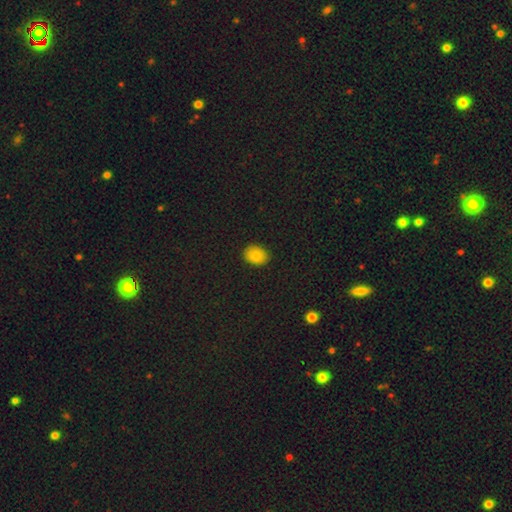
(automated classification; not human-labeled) The model was most divided on "how rounded": in between: 64%, round: 36%, cigar-shaped: 1%. More confident: merging — none (88%); smooth or featured — smooth (85%).